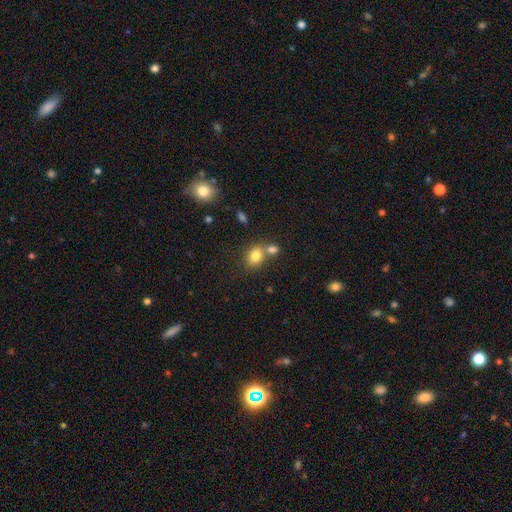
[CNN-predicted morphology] The model was most divided on "merging": none: 47%, merger: 38%, minor disturbance: 11%, major disturbance: 4%. More confident: smooth or featured — smooth (81%); how rounded — in between (58%).